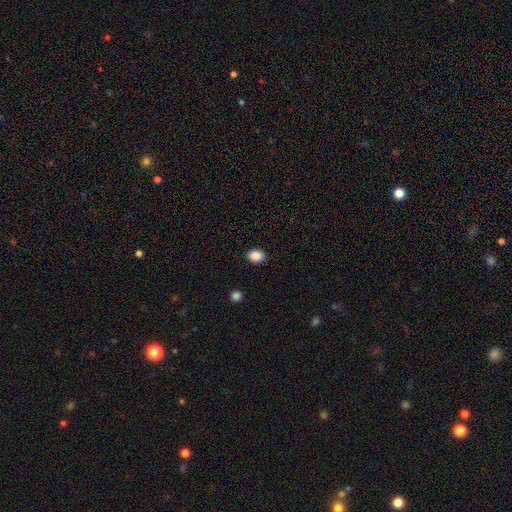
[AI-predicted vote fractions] smooth_or_featured: smooth (p=0.88) [alt: star or artifact p=0.09]
how_rounded: in between (p=0.64) [alt: round p=0.35]
merging: none (p=0.90) [alt: minor disturbance p=0.07]